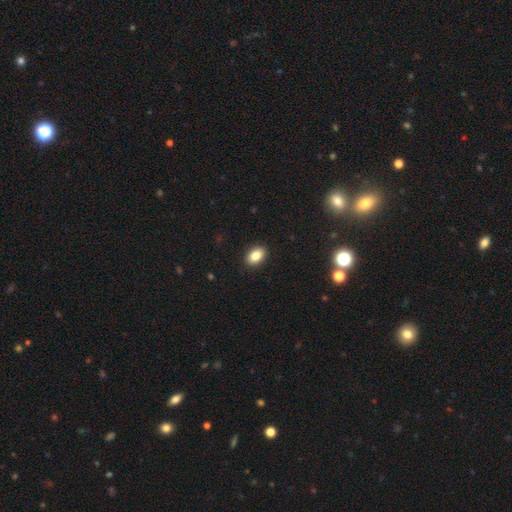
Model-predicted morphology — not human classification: A smooth galaxy with no disk features (86%) that is in between round and cigar-shaped (86%).

Vote fractions:
- Smooth or featured? smooth: 86% / star or artifact: 8% / featured or disk: 6%
- How rounded? in between: 86% / round: 13% / cigar-shaped: 1%
- Merging? none: 90% / minor disturbance: 7% / major disturbance: 2% / merger: 1%